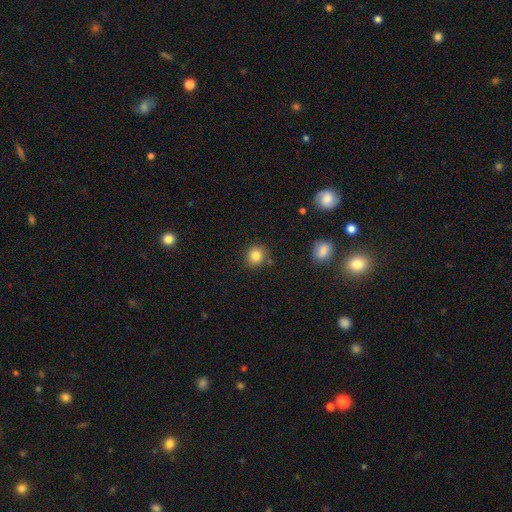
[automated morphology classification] Smooth or featured: smooth — 83% (star or artifact — 11%)
How rounded: round — 89% (in between — 10%)
Merging: none — 85% (minor disturbance — 9%)